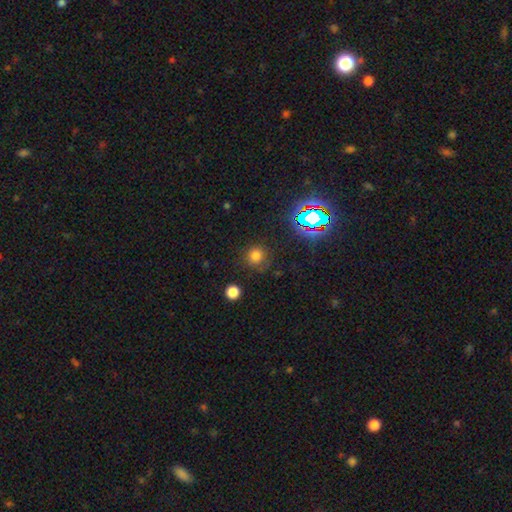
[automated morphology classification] Smooth or featured? smooth (72%)
How rounded? round (90%)
Merging? none (81%)